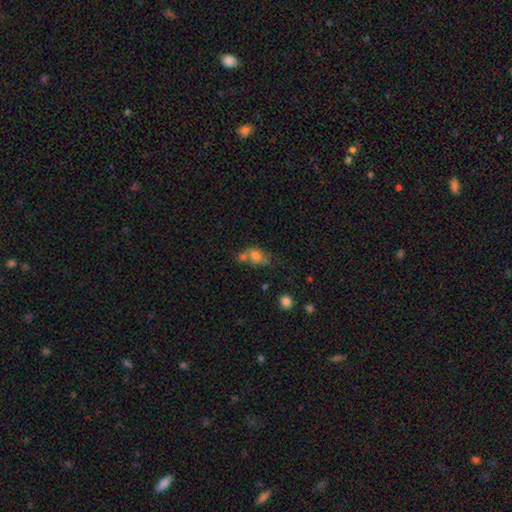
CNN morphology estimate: Smooth or featured: smooth — 70% (featured or disk — 20%)
How rounded: in between — 73% (round — 25%)
Merging: merger — 38% (none — 32%)